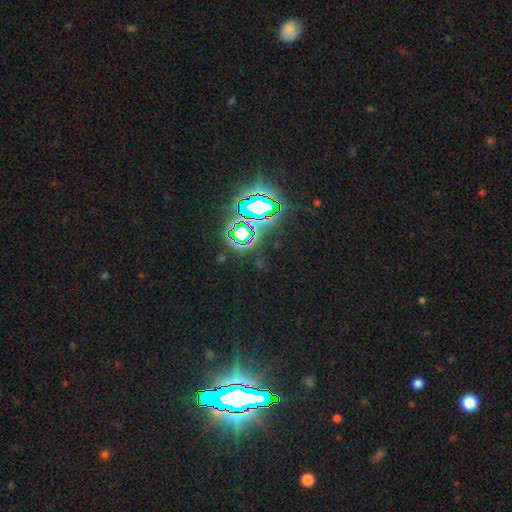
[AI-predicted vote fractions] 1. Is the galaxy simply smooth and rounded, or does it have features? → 84% star or artifact, 9% smooth, 7% featured or disk.